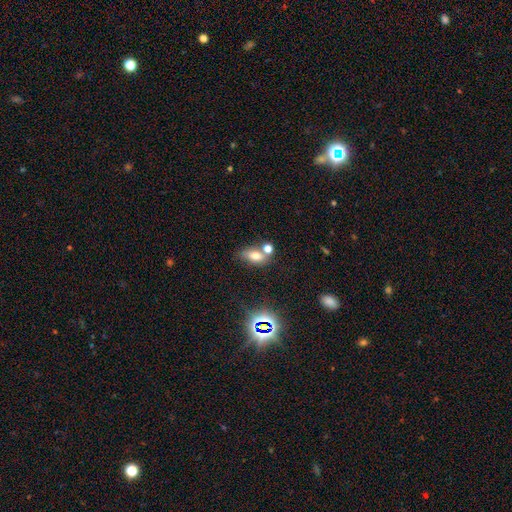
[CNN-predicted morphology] type=smooth (68%); roundness=in between (79%); merging=none (48%).